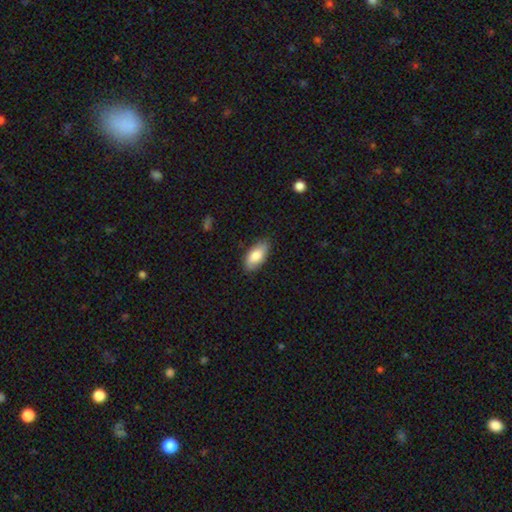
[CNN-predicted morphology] smooth-or-featured: smooth: 82% | featured or disk: 12% | star or artifact: 6%
  how-rounded: in between: 90% | cigar-shaped: 7% | round: 3%
  merging: none: 82% | minor disturbance: 15% | major disturbance: 2% | merger: 1%